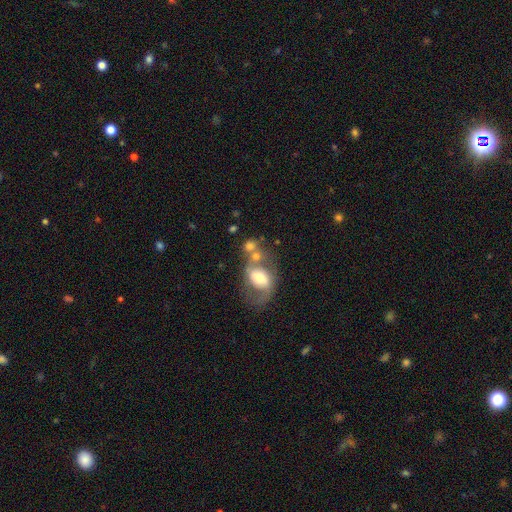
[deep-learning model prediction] smooth 52%, featured or disk 39%, star or artifact 10%. Down the decision tree: how rounded — in between (61%); merging — merger (43%).